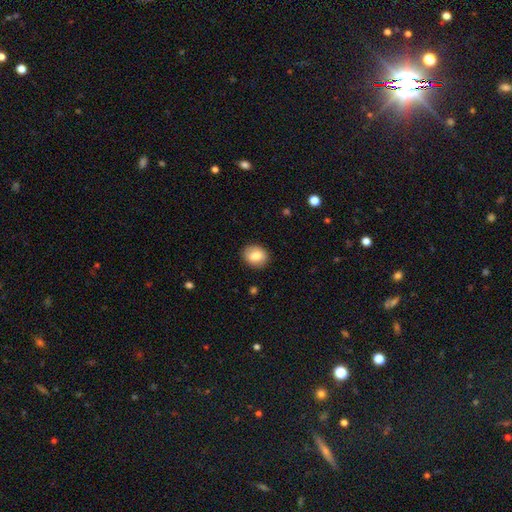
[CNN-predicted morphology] Q: Smooth or featured?
A: smooth (83%); runner-up: featured or disk (10%)
Q: How rounded?
A: round (56%); runner-up: in between (43%)
Q: Merging?
A: none (89%); runner-up: minor disturbance (8%)